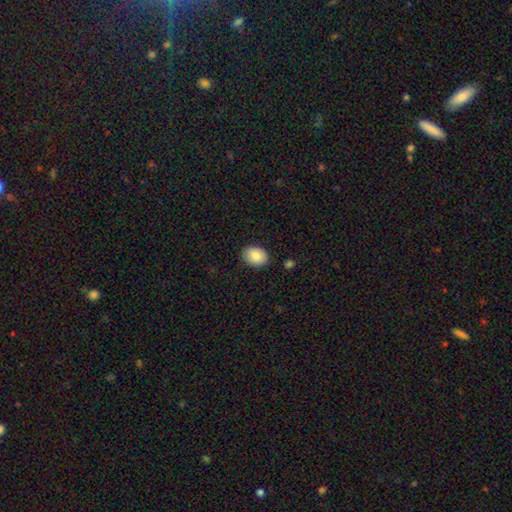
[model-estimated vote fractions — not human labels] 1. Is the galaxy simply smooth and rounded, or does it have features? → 85% smooth, 8% featured or disk, 7% star or artifact.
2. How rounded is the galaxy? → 73% in between, 26% round, 1% cigar-shaped.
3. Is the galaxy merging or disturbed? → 87% none, 10% minor disturbance, 2% major disturbance, 2% merger.